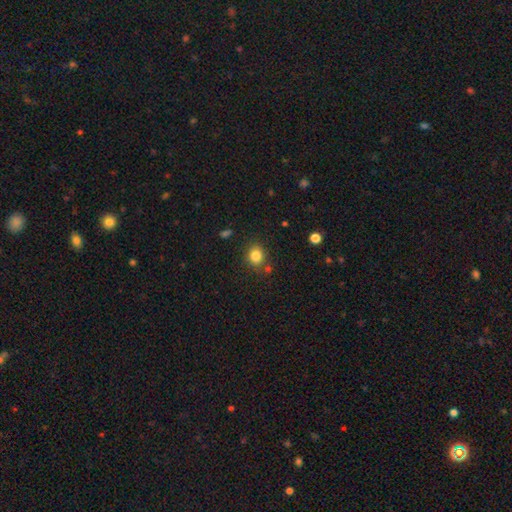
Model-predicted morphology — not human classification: Smooth or featured? smooth (83%)
How rounded? round (75%)
Merging? none (80%)